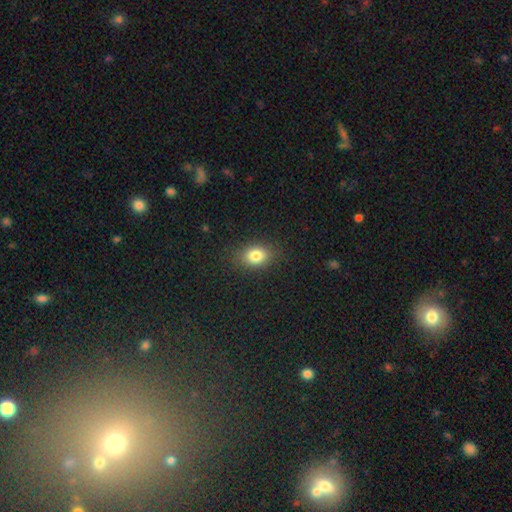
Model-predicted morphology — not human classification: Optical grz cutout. It shows a smooth galaxy with no disk features (82%) that is in between round and cigar-shaped (68%). Merging: none (86%).